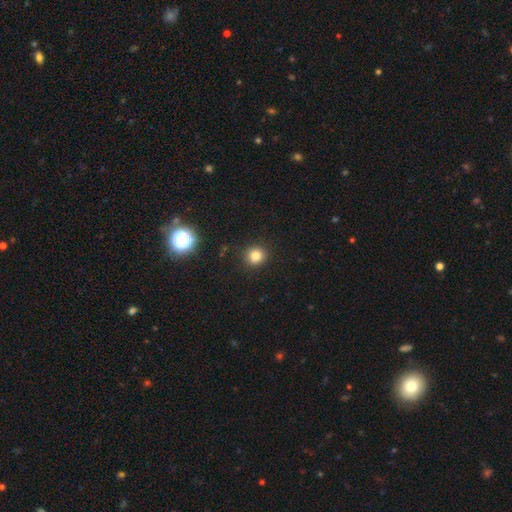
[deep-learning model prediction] smooth 81%, star or artifact 14%, featured or disk 5%. Down the decision tree: how rounded — round (89%); merging — none (90%).